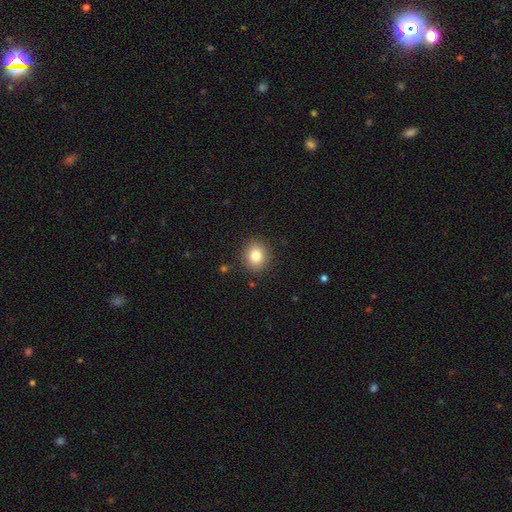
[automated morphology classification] Q: Smooth or featured?
A: smooth (82%); runner-up: star or artifact (10%)
Q: How rounded?
A: round (78%); runner-up: in between (21%)
Q: Merging?
A: none (89%); runner-up: minor disturbance (7%)